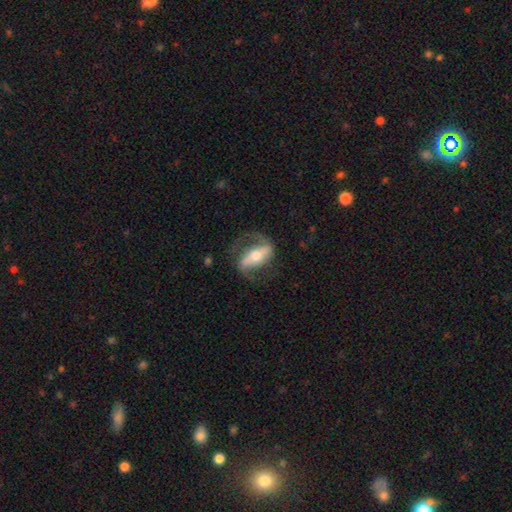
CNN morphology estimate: The model was most divided on "spiral winding": medium: 43%, loose: 39%, tight: 17%. More confident: spiral arm count — 2 (87%); spiral arms — yes (87%); edge-on disk — no (87%); smooth or featured — featured or disk (80%); merging — none (69%); bar — strong (64%); bulge size — moderate (64%).